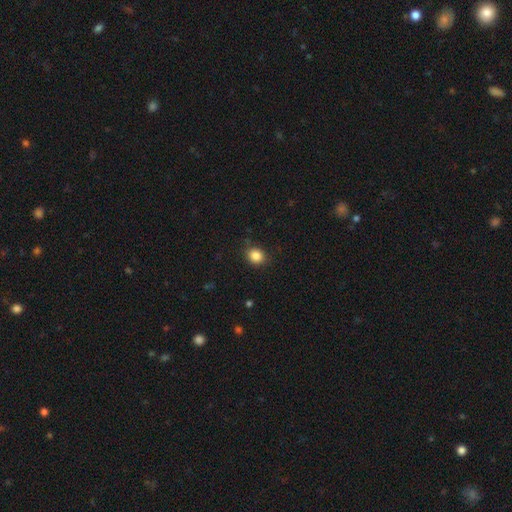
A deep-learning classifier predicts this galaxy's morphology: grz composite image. It shows a smooth galaxy with no disk features (86%) that is round (65%). Merging: none (83%).